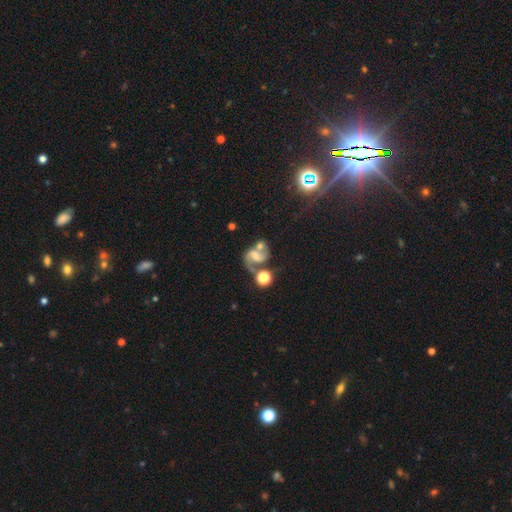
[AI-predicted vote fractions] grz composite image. It shows a featured or disk galaxy (72%) with a weak bar (43%), 2 (85%) medium (48%) spiral arms (90%) and a moderate central bulge (42%). Merging: none (39%).